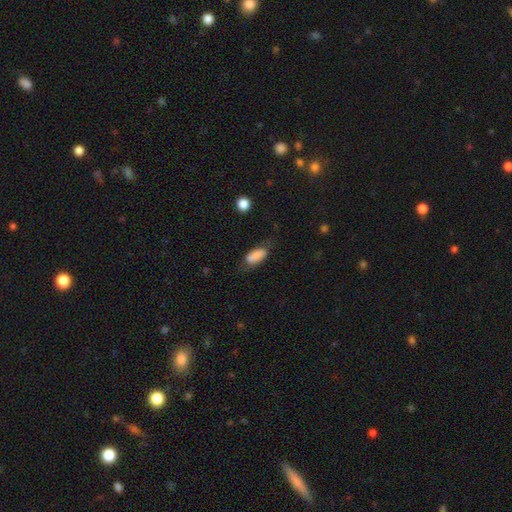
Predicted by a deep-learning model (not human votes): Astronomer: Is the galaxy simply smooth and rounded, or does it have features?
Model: smooth — 82%.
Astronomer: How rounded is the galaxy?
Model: in between — 82%.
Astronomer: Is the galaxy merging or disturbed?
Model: none — 60%.